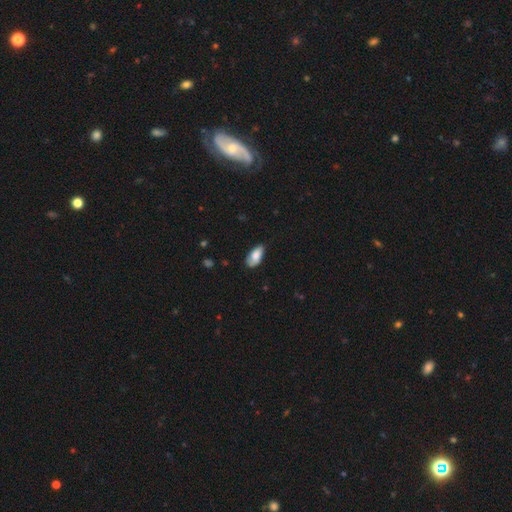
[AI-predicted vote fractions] Smooth or featured? smooth (78%)
How rounded? in between (92%)
Merging? none (62%)